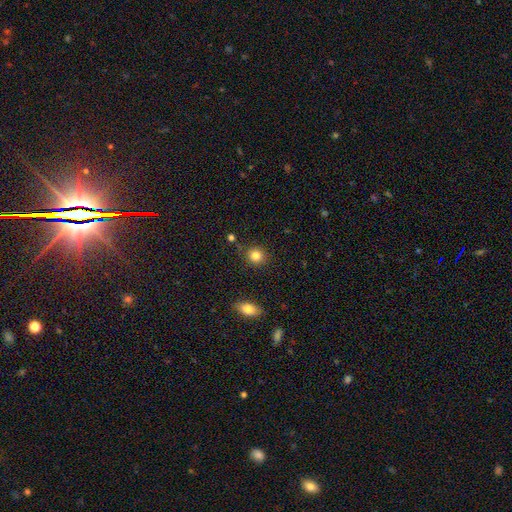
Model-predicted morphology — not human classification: Smooth or featured: smooth — 83% (star or artifact — 10%)
How rounded: round — 86% (in between — 13%)
Merging: none — 86% (minor disturbance — 8%)